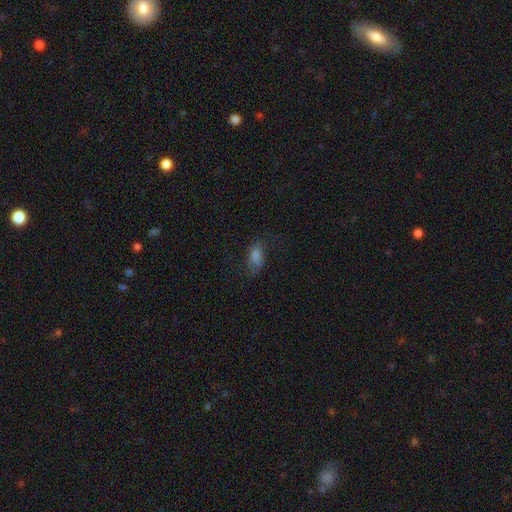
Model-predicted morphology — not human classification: A smooth galaxy with no disk features (59%) that is in between round and cigar-shaped (80%).

Vote fractions:
- Smooth or featured? smooth: 59% / featured or disk: 23% / star or artifact: 18%
- How rounded? in between: 80% / cigar-shaped: 10% / round: 9%
- Merging? none: 60% / minor disturbance: 21% / major disturbance: 17% / merger: 2%